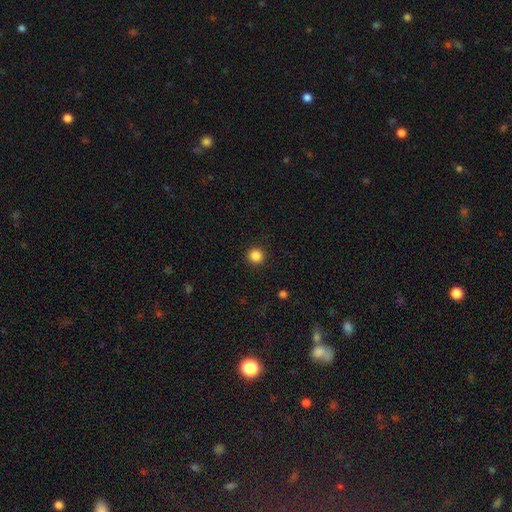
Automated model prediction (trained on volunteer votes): smooth-or-featured: smooth: 86% | star or artifact: 11% | featured or disk: 3%
  how-rounded: round: 95% | in between: 4% | cigar-shaped: 1%
  merging: none: 92% | minor disturbance: 5% | major disturbance: 2% | merger: 1%